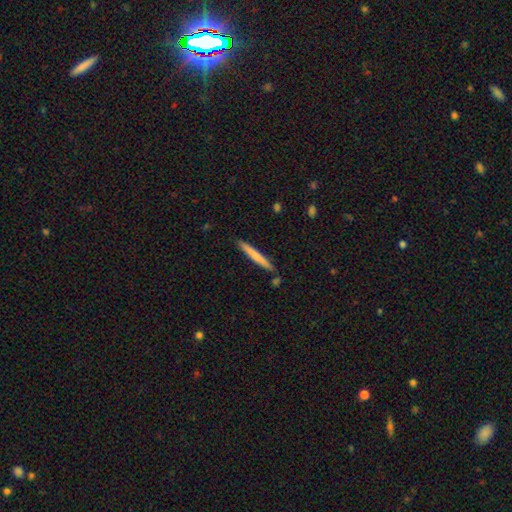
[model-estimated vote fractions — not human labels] This appears to be a smooth galaxy with no disk features (69%) that is cigar-shaped (96%). Merging: none (88%).